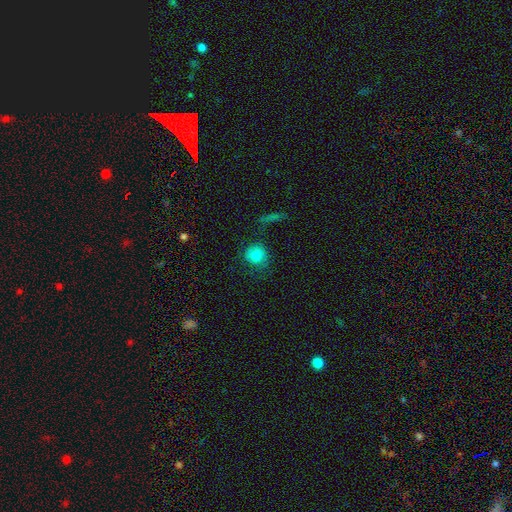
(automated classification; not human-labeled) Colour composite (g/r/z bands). It shows a smooth galaxy with no disk features (75%) that is round (86%). Merging: none (65%).